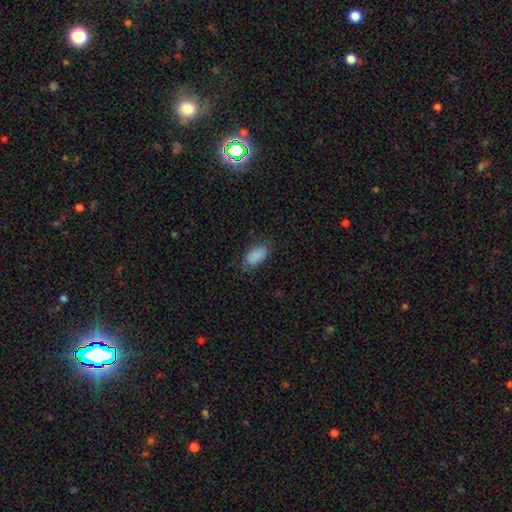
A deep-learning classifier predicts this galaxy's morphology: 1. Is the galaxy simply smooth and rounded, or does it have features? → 88% smooth, 7% star or artifact, 4% featured or disk.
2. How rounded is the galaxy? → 93% in between, 3% round, 3% cigar-shaped.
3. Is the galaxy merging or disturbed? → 78% none, 17% minor disturbance, 4% major disturbance, 1% merger.